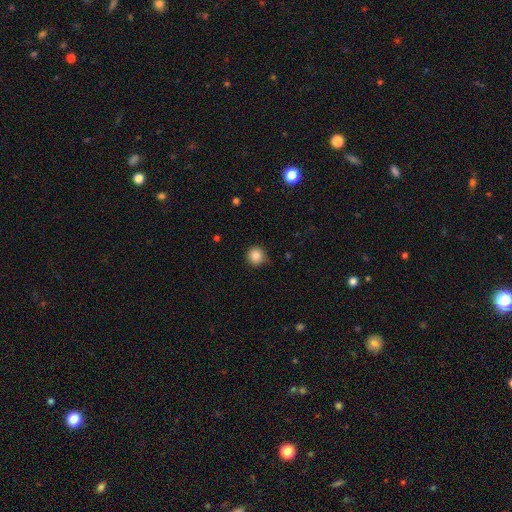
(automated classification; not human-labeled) Smooth or featured? Predicted: smooth (p=0.85). How rounded? Predicted: round (p=0.94). Merging? Predicted: none (p=0.85).